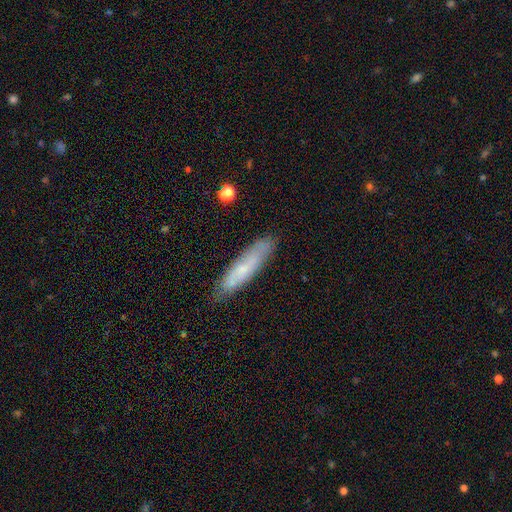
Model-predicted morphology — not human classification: Smooth or featured? smooth (51%)
How rounded? cigar-shaped (81%)
Merging? none (82%)